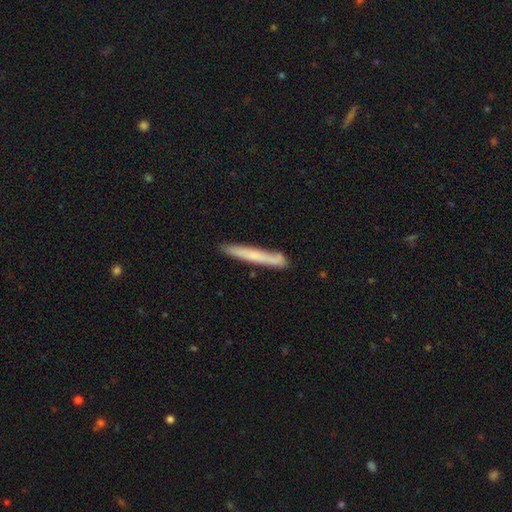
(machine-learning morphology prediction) This appears to be a smooth galaxy with no disk features (60%) that is cigar-shaped (96%). Merging: none (83%).